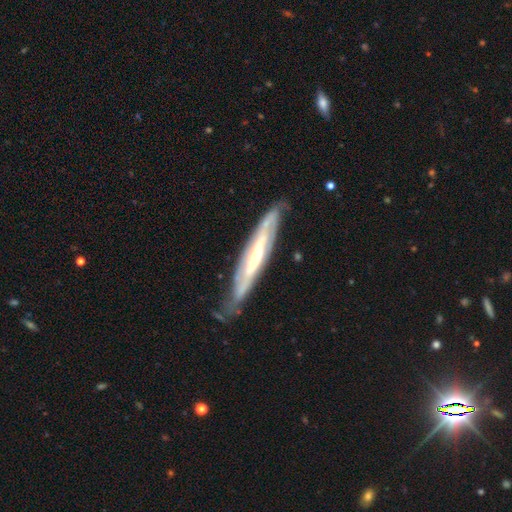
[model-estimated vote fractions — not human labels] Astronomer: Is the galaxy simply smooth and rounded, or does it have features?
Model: featured or disk — 79%.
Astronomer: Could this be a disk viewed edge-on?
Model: yes — 55% (runner-up: no, 45%).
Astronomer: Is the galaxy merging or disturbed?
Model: none — 71%.